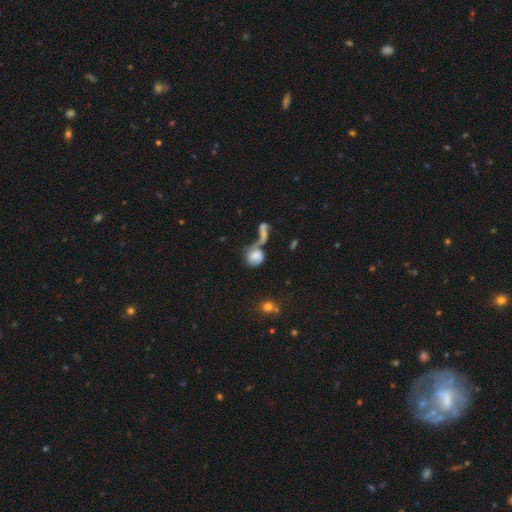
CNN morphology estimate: This appears to be a smooth galaxy with no disk features (70%) that is round (68%). Merging: merger (46%).